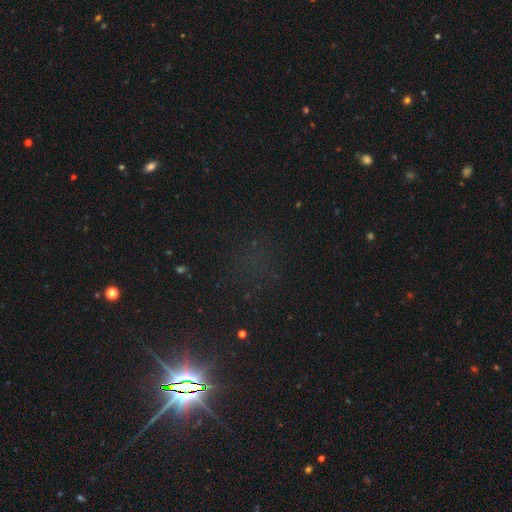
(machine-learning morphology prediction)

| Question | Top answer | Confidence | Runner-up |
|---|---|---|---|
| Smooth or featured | star or artifact | 77% | smooth (13%) |